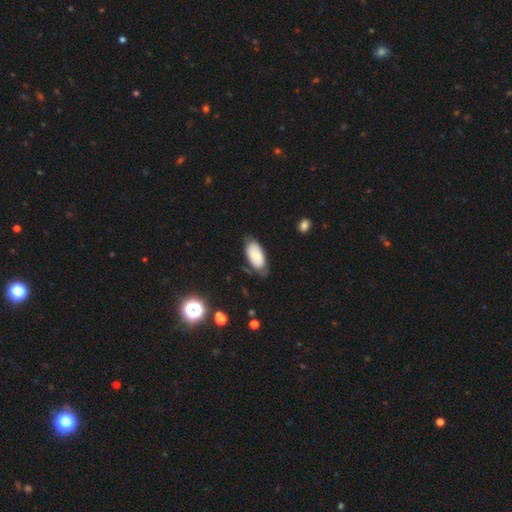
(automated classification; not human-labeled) Smooth or featured? smooth (69%)
How rounded? in between (93%)
Merging? none (65%)